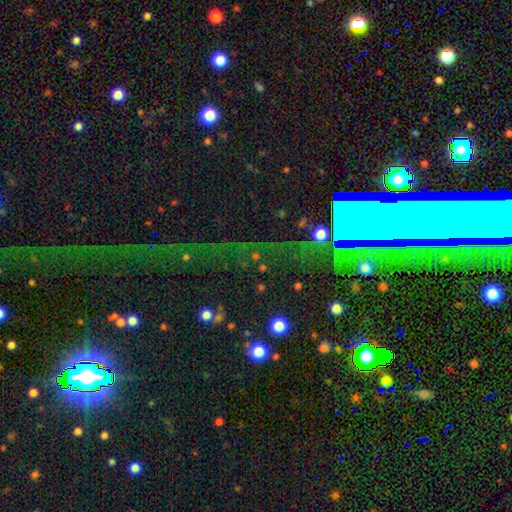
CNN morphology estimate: The model was most divided on "smooth or featured": star or artifact: 64%, smooth: 23%, featured or disk: 13%.